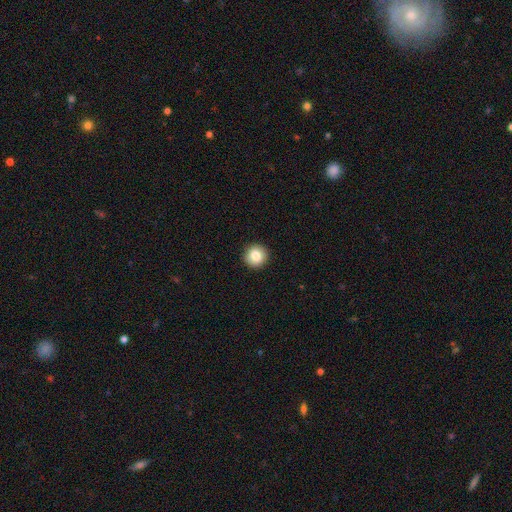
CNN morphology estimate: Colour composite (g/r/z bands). It shows a smooth galaxy with no disk features (84%) that is round (95%). Merging: none (93%).